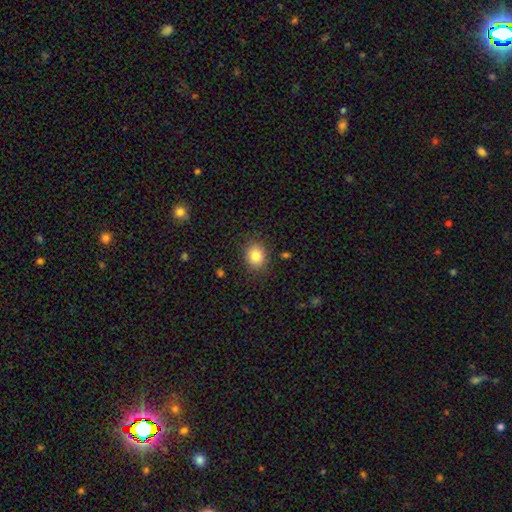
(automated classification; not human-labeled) Smooth or featured: smooth — 83% (star or artifact — 10%)
How rounded: round — 65% (in between — 34%)
Merging: none — 86% (minor disturbance — 10%)